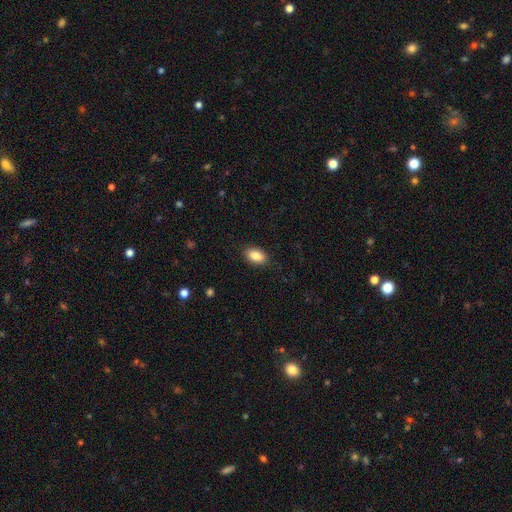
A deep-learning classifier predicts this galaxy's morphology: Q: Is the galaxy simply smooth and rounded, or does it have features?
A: smooth — 86%.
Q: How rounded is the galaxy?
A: in between — 91%.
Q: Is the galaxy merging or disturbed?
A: none — 88%.